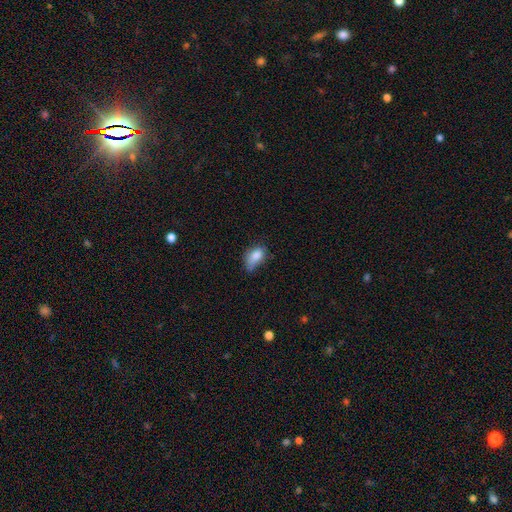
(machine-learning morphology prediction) This appears to be a smooth galaxy with no disk features (82%) that is in between round and cigar-shaped (89%). Merging: minor disturbance (44%).